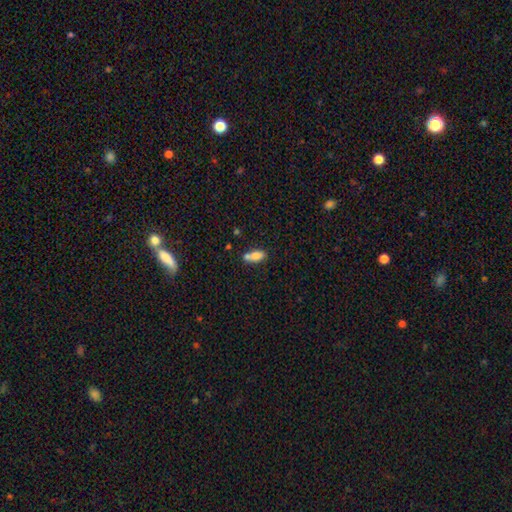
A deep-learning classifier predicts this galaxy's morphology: Smooth or featured? Predicted: smooth (p=0.77). How rounded? Predicted: in between (p=0.81). Merging? Predicted: merger (p=0.43).